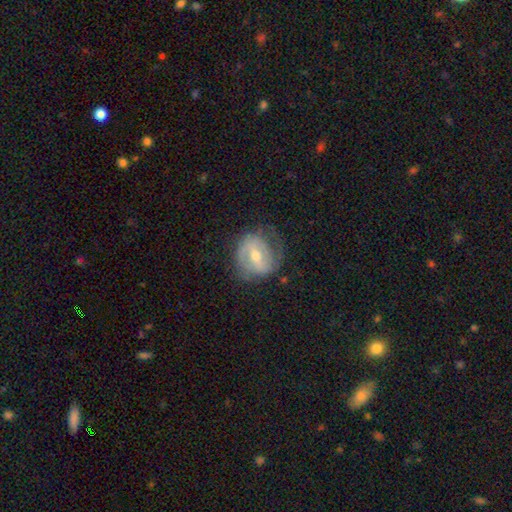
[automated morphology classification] Smooth or featured? Predicted: featured or disk (p=0.73). Edge-on disk? Predicted: no (p=0.96). Bar? Predicted: weak (p=0.44). Spiral arms? Predicted: yes (p=0.80). Spiral winding? Predicted: medium (p=0.40, tied with tight). Spiral arm count? Predicted: 2 (p=0.71). Bulge size? Predicted: moderate (p=0.64). Merging? Predicted: none (p=0.66).